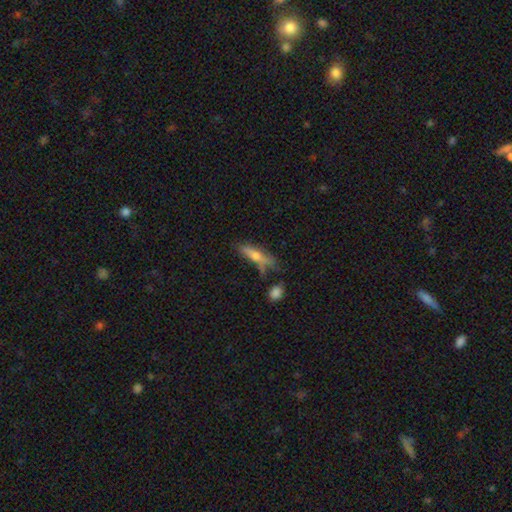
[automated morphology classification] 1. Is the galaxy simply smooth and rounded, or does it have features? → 49% smooth, 43% featured or disk, 9% star or artifact.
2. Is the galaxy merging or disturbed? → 62% none, 20% minor disturbance, 11% merger, 7% major disturbance.